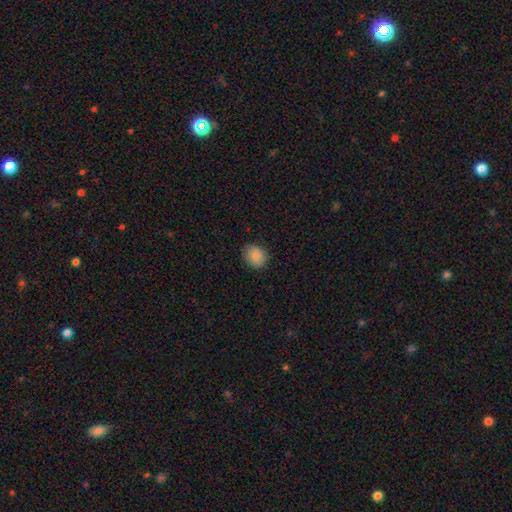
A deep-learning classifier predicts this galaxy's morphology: The model was most divided on "how rounded": round: 64%, in between: 35%, cigar-shaped: 1%. More confident: merging — none (86%); smooth or featured — smooth (86%).